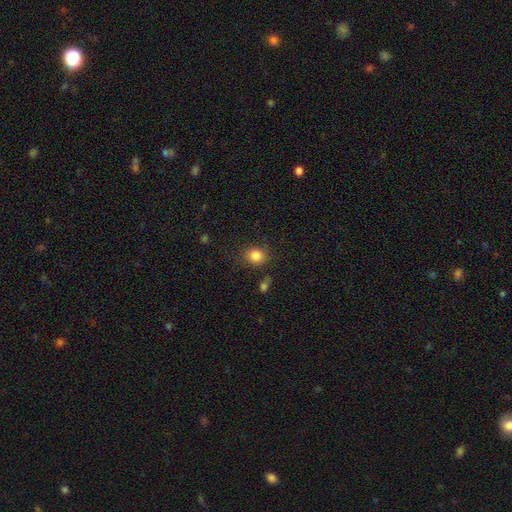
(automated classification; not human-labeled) Overall: smooth (85%). How rounded: round (72%). Merging: none (78%).